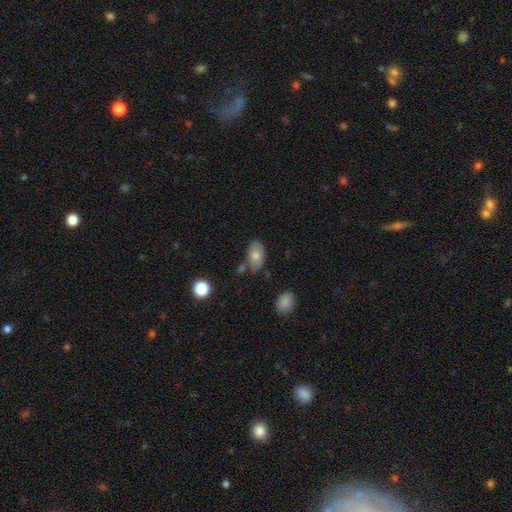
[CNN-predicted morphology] This is likely a smooth galaxy (74%). How rounded: clearly in between (90%). Merging: likely none (64%).